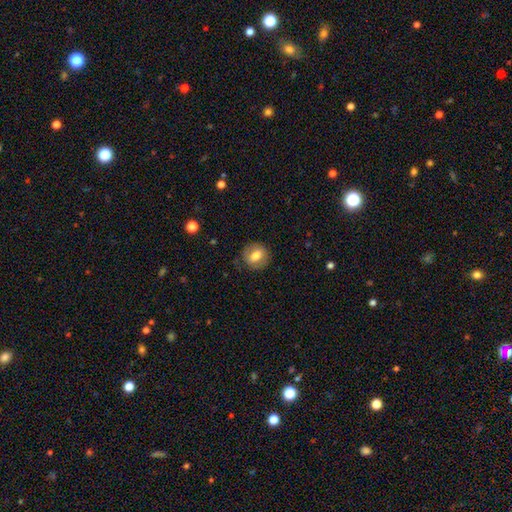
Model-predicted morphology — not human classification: smooth_or_featured: smooth (p=0.66) [alt: featured or disk p=0.26]
how_rounded: round (p=0.74) [alt: in between p=0.25]
merging: none (p=0.83) [alt: minor disturbance p=0.12]